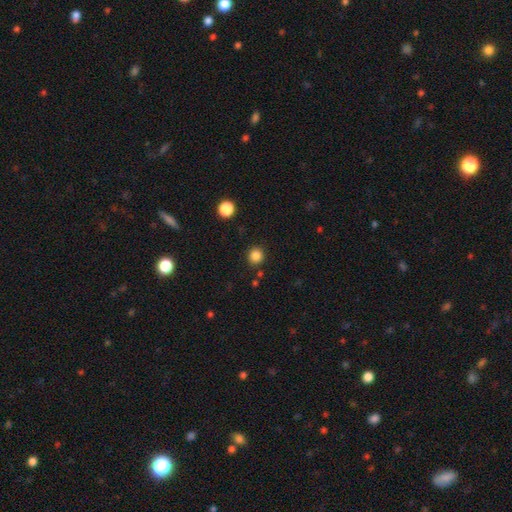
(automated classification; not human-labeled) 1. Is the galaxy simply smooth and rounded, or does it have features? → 84% smooth, 12% star or artifact, 3% featured or disk.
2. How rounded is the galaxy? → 92% round, 7% in between, 1% cigar-shaped.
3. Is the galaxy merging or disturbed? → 88% none, 7% minor disturbance, 3% merger, 2% major disturbance.